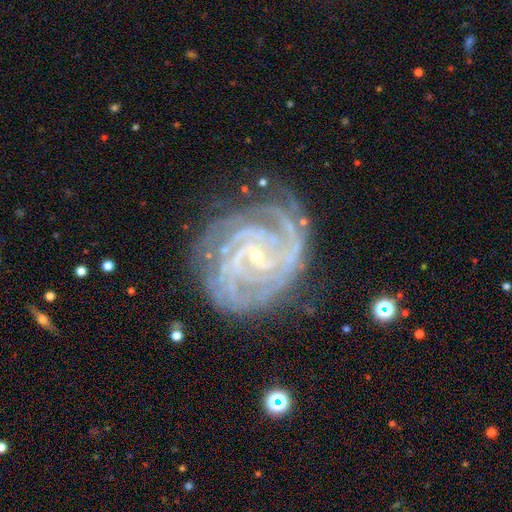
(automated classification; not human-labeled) This appears to be a featured or disk galaxy (91%) with a weak bar (43%), 3 (23%) tight (77%) spiral arms (98%) and a small central bulge (82%). Merging: none (72%).